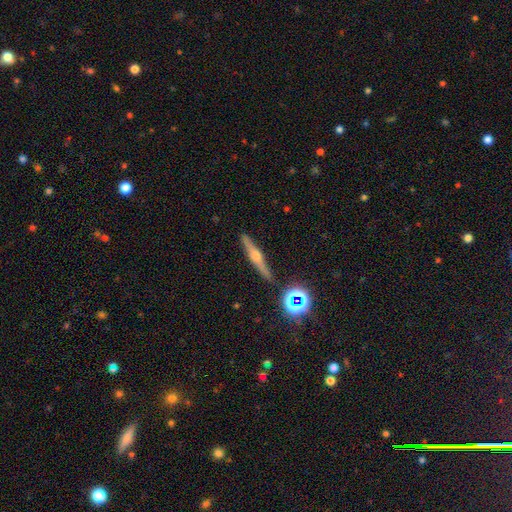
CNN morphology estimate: This is likely a featured or disk galaxy (72%). It is clearly viewed edge-on (97%). Edge-on bulge: clearly rounded (92%). Merging: clearly none (90%).